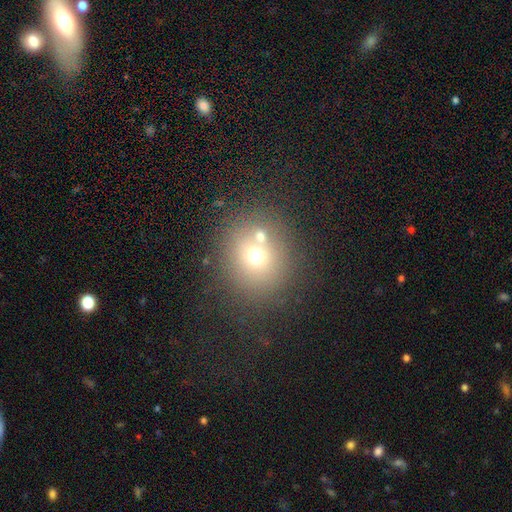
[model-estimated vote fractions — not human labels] smooth 64%, star or artifact 19%, featured or disk 17%. Down the decision tree: how rounded — round (85%); merging — none (61%).